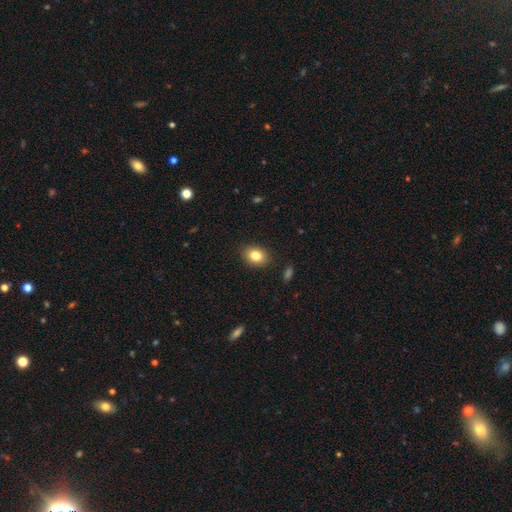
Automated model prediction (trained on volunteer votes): This appears to be a smooth galaxy with no disk features (83%) that is in between round and cigar-shaped (64%). Merging: none (87%).